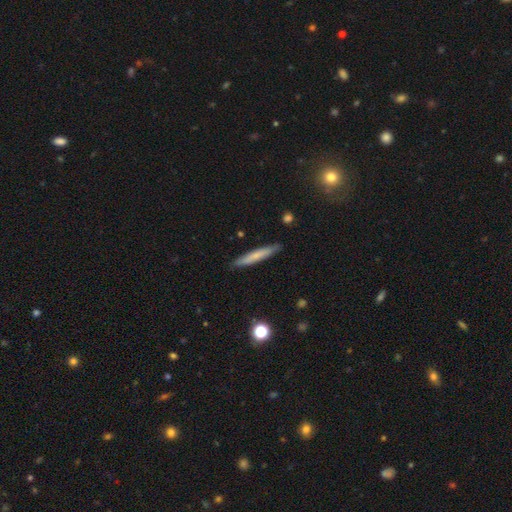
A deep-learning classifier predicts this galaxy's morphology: A smooth galaxy with no disk features (63%) that is cigar-shaped (94%). Merging: none (88%).